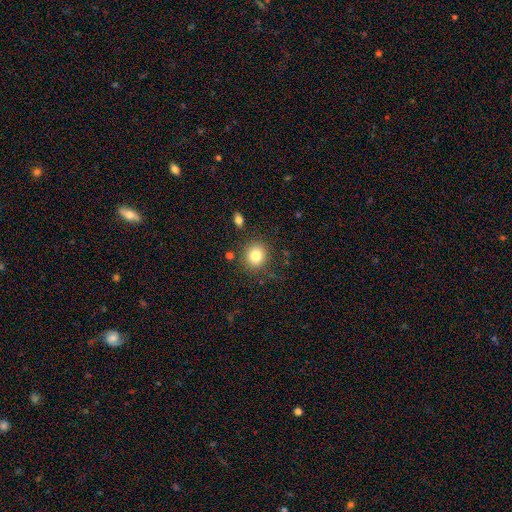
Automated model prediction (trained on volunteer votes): Smooth or featured?
  - smooth: 82% *
  - star or artifact: 11%
  - featured or disk: 8%
How rounded?
  - round: 85% *
  - in between: 14%
  - cigar-shaped: 1%
Merging?
  - none: 84% *
  - minor disturbance: 9%
  - major disturbance: 4%
  - merger: 3%